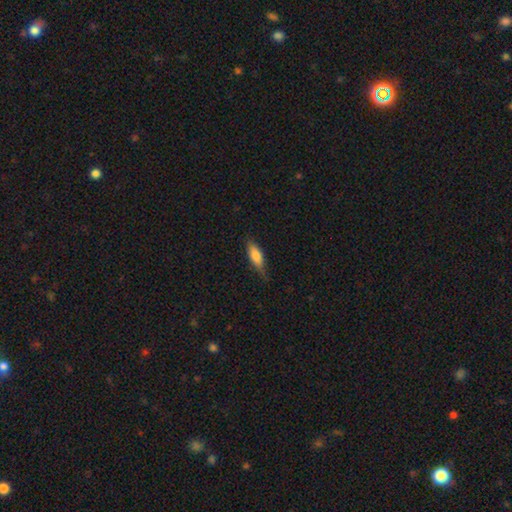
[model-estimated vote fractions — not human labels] smooth 74%, featured or disk 19%, star or artifact 6%. Down the decision tree: how rounded — in between (58%); merging — none (73%).